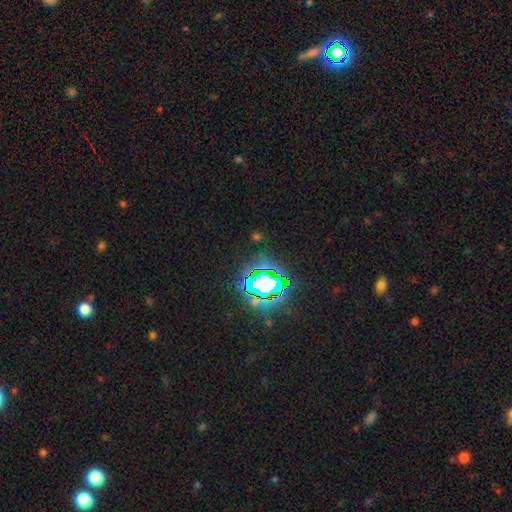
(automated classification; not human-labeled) This appears to be a star or artifact, not a galaxy (82%).